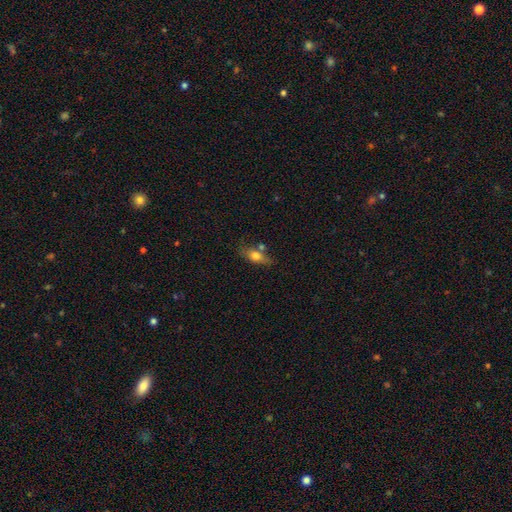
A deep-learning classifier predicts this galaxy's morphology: A smooth galaxy with no disk features (66%) that is in between round and cigar-shaped (69%). Merging: none (61%).